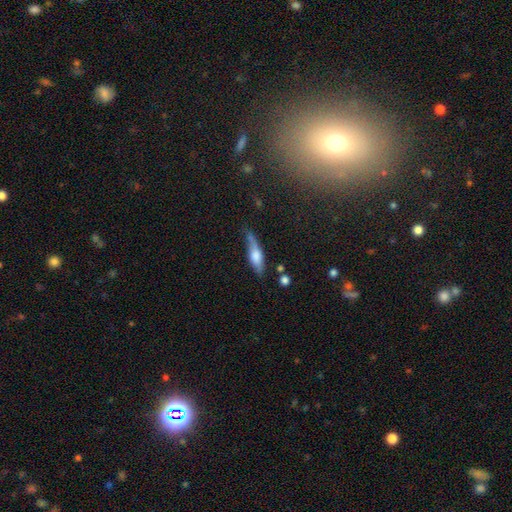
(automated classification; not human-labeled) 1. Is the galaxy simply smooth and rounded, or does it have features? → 57% smooth, 35% featured or disk, 7% star or artifact.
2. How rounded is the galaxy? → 55% cigar-shaped, 42% in between, 3% round.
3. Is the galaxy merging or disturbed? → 53% none, 32% minor disturbance, 9% major disturbance, 6% merger.